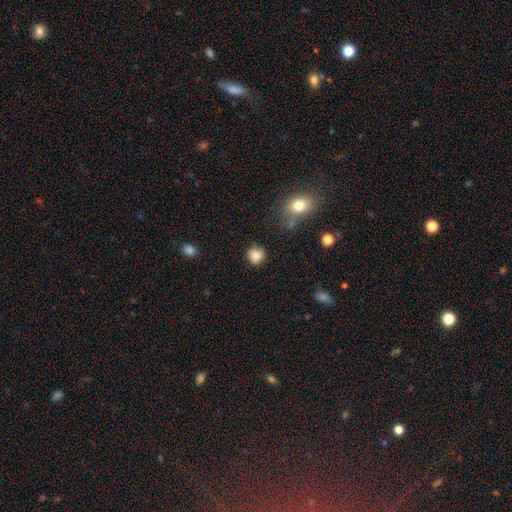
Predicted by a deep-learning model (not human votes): The model was most divided on "merging": none: 83%, minor disturbance: 11%, major disturbance: 3%, merger: 2%. More confident: how rounded — round (88%); smooth or featured — smooth (86%).